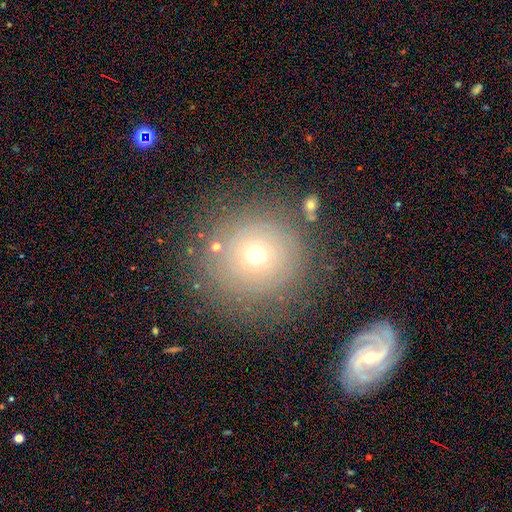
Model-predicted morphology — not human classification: Overall: smooth (56%; featured or disk 25%). How rounded: round (88%). Merging: none (78%).